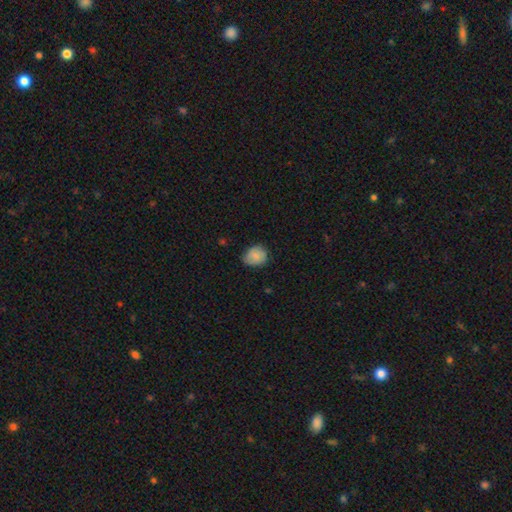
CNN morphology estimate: Q: Smooth or featured?
A: smooth (82%); runner-up: featured or disk (10%)
Q: How rounded?
A: round (60%); runner-up: in between (39%)
Q: Merging?
A: none (69%); runner-up: minor disturbance (26%)